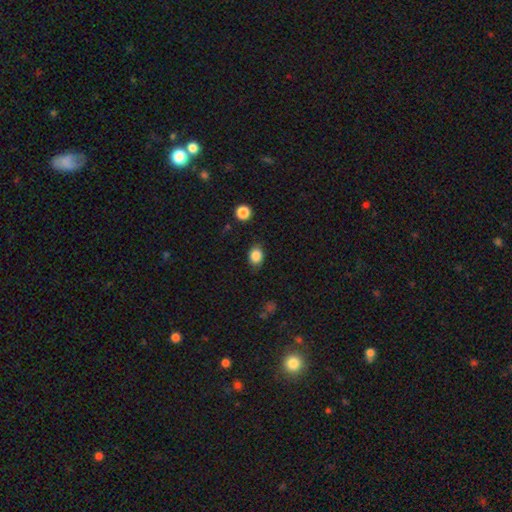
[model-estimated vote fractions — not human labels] smooth_or_featured: smooth (p=0.85) [alt: star or artifact p=0.09]
how_rounded: in between (p=0.58) [alt: round p=0.41]
merging: none (p=0.80) [alt: minor disturbance p=0.15]